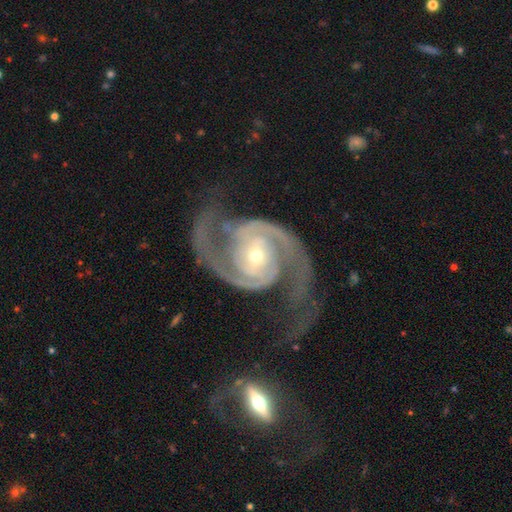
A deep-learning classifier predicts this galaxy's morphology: This appears to be a featured or disk galaxy (94%) with no bar (56%), 2 (93%) medium (55%) spiral arms (99%) and a small central bulge (65%). Merging: none (69%).